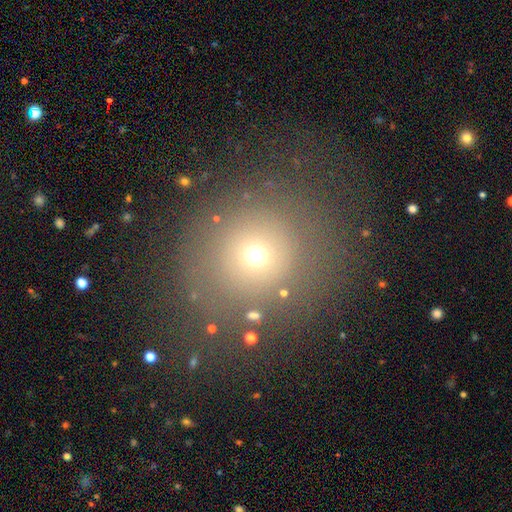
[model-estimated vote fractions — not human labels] Overall: smooth (66%). How rounded: round (88%). Merging: none (77%).